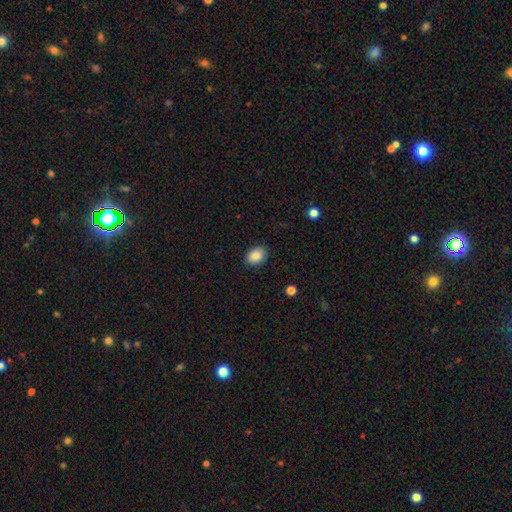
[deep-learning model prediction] The model was most divided on "how rounded": in between: 69%, round: 30%, cigar-shaped: 1%. More confident: smooth or featured — smooth (88%); merging — none (87%).